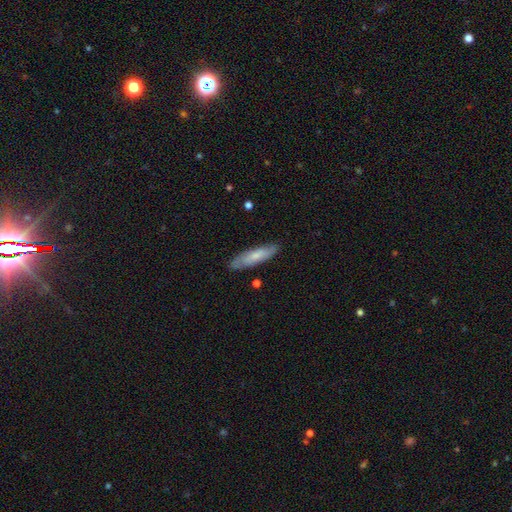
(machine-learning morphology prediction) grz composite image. It shows a smooth galaxy with no disk features (59%) that is cigar-shaped (66%). Merging: none (84%).